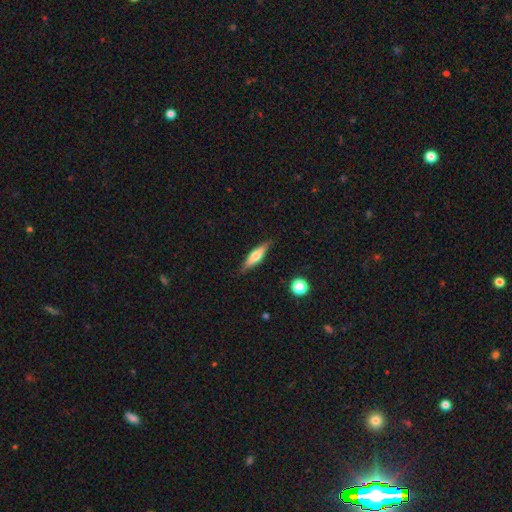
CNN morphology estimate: This is possibly a featured or disk galaxy (52%). It is clearly viewed edge-on (94%). Merging: clearly none (86%).